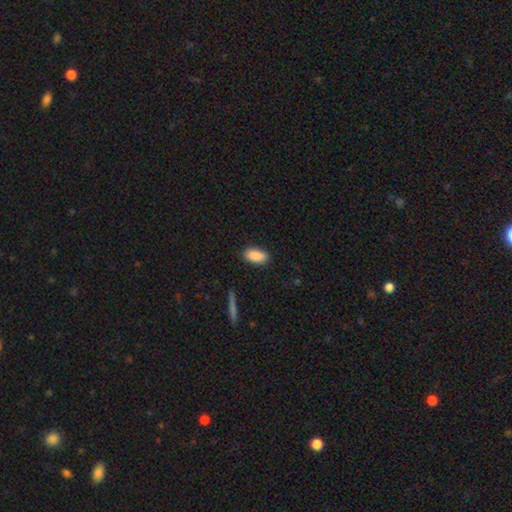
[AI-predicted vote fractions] This appears to be a smooth galaxy with no disk features (89%) that is in between round and cigar-shaped (91%). Merging: none (87%).